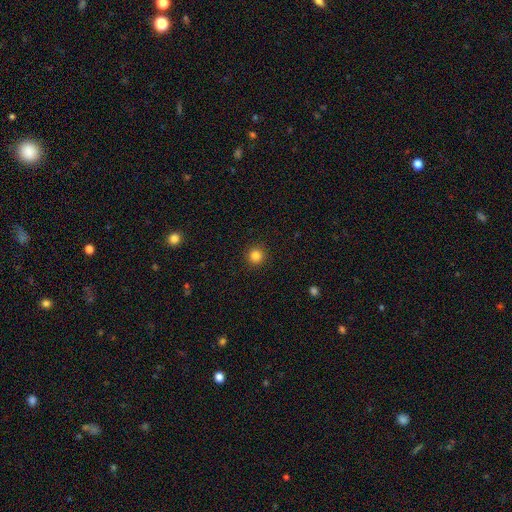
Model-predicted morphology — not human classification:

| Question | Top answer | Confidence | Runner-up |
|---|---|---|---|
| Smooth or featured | smooth | 84% | star or artifact (12%) |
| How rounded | round | 95% | in between (4%) |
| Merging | none | 92% | minor disturbance (5%) |